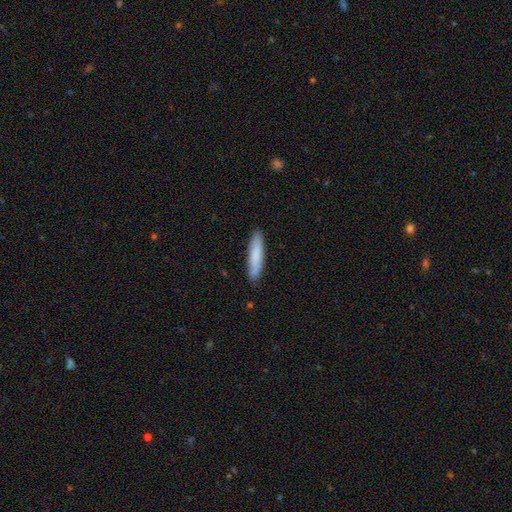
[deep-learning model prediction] Overall: smooth (82%). How rounded: cigar-shaped (83%). Merging: none (88%).